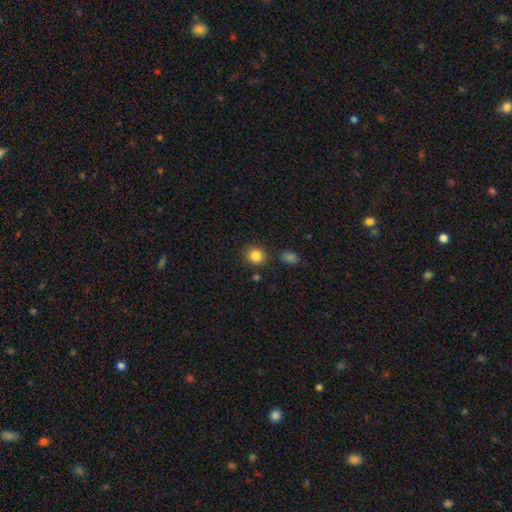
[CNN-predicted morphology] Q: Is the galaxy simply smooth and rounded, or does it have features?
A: smooth — 85%.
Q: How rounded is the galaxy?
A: round — 85%.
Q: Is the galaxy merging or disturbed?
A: none — 83%.